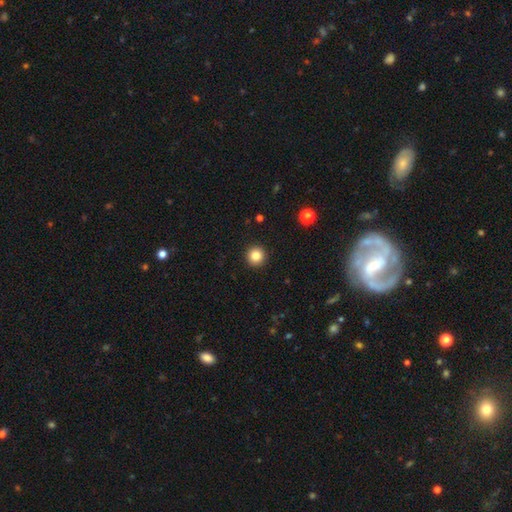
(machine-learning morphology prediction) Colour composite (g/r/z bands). It shows a smooth galaxy with no disk features (84%) that is round (96%). Merging: none (93%).